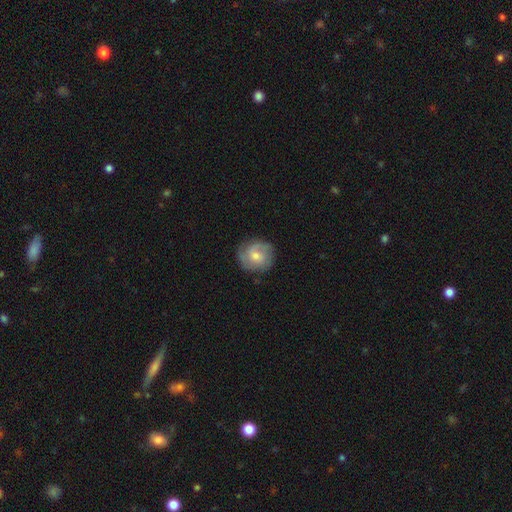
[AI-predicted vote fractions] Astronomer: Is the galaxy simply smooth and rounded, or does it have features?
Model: featured or disk — 61%.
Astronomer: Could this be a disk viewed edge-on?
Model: no — 97%.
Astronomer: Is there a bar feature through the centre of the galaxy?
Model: no — 66%.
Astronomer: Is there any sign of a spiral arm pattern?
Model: yes — 89%.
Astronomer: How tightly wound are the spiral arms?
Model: tight — 50% (runner-up: medium, 37%).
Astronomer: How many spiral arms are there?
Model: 2 — 41% (runner-up: can't tell, 25%).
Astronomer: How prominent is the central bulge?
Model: moderate — 55% (runner-up: small, 39%).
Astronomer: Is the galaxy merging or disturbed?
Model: none — 78%.